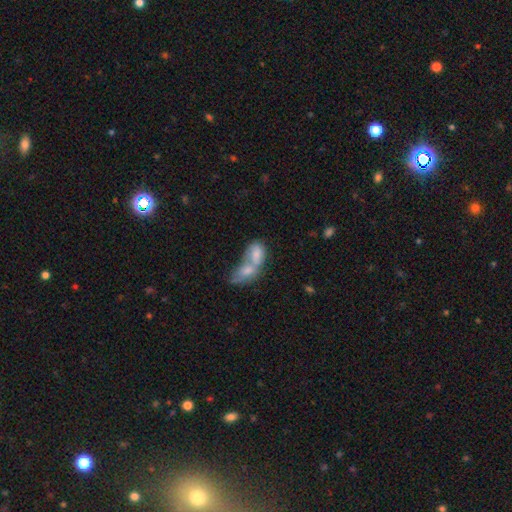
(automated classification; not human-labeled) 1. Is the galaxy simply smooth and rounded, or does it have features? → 70% smooth, 22% featured or disk, 8% star or artifact.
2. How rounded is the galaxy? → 87% in between, 10% round, 3% cigar-shaped.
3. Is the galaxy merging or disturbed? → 80% merger, 10% none, 5% minor disturbance, 4% major disturbance.